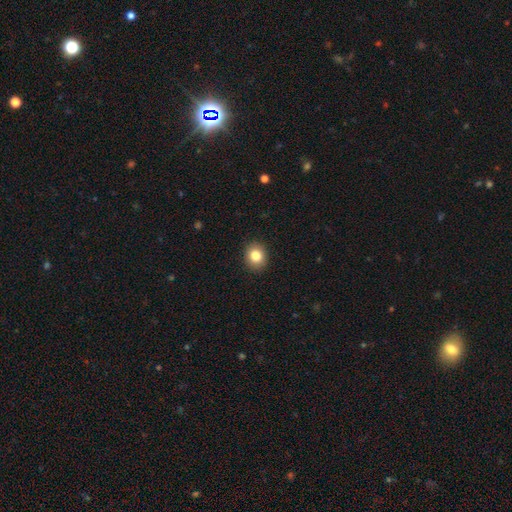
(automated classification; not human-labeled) The model was most divided on "how rounded": round: 68%, in between: 31%, cigar-shaped: 1%. More confident: merging — none (91%); smooth or featured — smooth (83%).